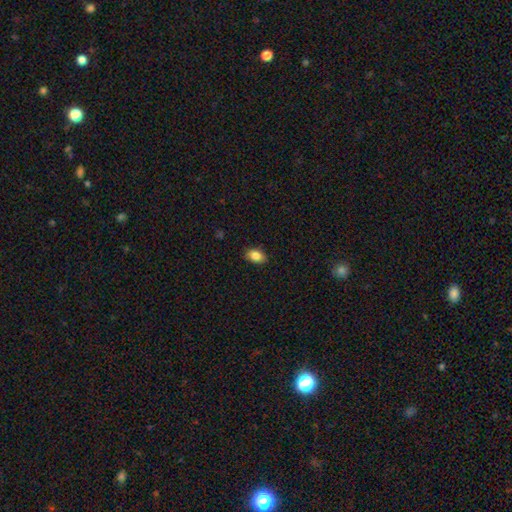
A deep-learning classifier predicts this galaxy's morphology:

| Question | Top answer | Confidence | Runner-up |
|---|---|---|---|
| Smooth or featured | smooth | 86% | star or artifact (8%) |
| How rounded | in between | 83% | round (16%) |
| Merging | none | 87% | minor disturbance (10%) |